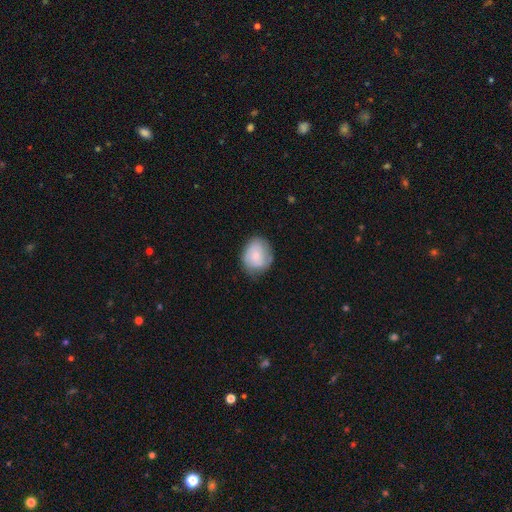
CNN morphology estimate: smooth-or-featured: smooth: 63% | featured or disk: 30% | star or artifact: 7%
  how-rounded: round: 62% | in between: 37% | cigar-shaped: 1%
  merging: none: 67% | minor disturbance: 25% | major disturbance: 7% | merger: 1%